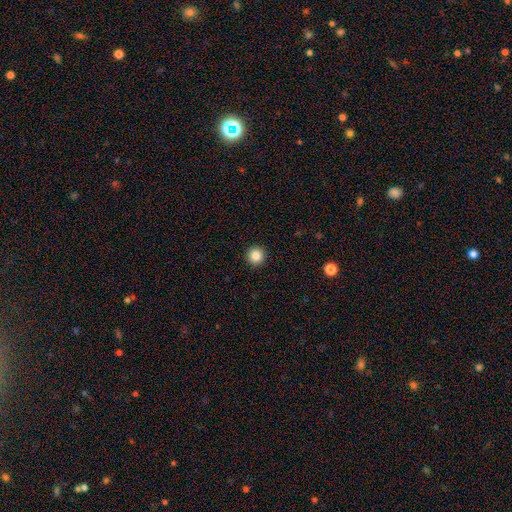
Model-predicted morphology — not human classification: Smooth or featured?
  - smooth: 85% *
  - star or artifact: 10%
  - featured or disk: 4%
How rounded?
  - round: 96% *
  - in between: 3%
  - cigar-shaped: 1%
Merging?
  - none: 94% *
  - minor disturbance: 4%
  - major disturbance: 1%
  - merger: 1%